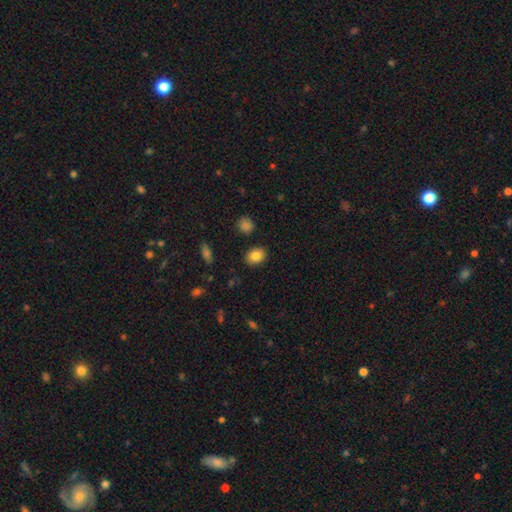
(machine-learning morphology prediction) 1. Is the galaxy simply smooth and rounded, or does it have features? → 84% smooth, 9% star or artifact, 7% featured or disk.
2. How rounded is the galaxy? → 62% in between, 36% round, 1% cigar-shaped.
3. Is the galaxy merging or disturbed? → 88% none, 8% minor disturbance, 2% major disturbance, 2% merger.